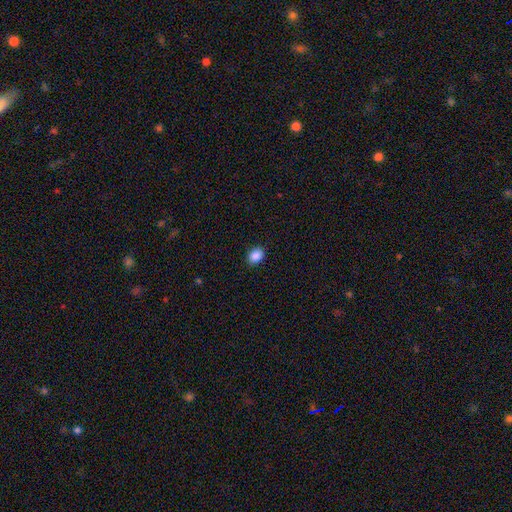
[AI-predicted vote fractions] smooth-or-featured: smooth: 89% | star or artifact: 8% | featured or disk: 3%
  how-rounded: in between: 65% | round: 34% | cigar-shaped: 1%
  merging: none: 90% | minor disturbance: 8% | major disturbance: 2% | merger: 1%